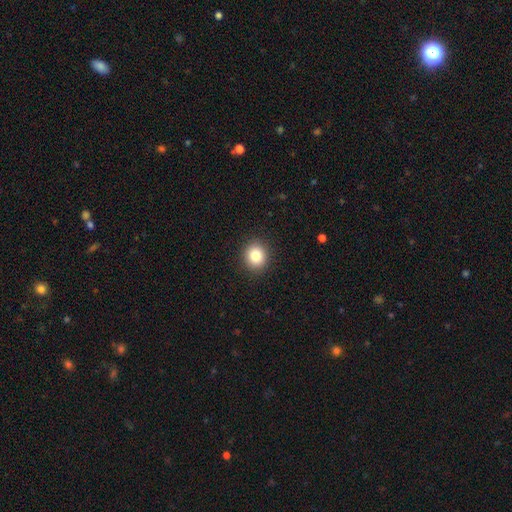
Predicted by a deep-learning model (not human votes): Overall: smooth (83%). How rounded: round (83%). Merging: none (91%).